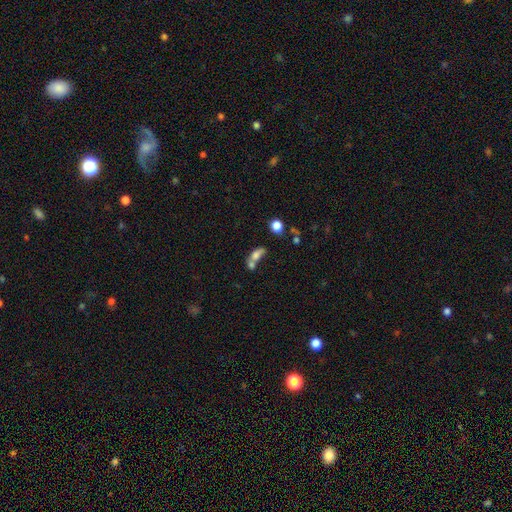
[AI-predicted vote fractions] Morphology: type=smooth (66%); roundness=in between (68%); merging=merger (56%).